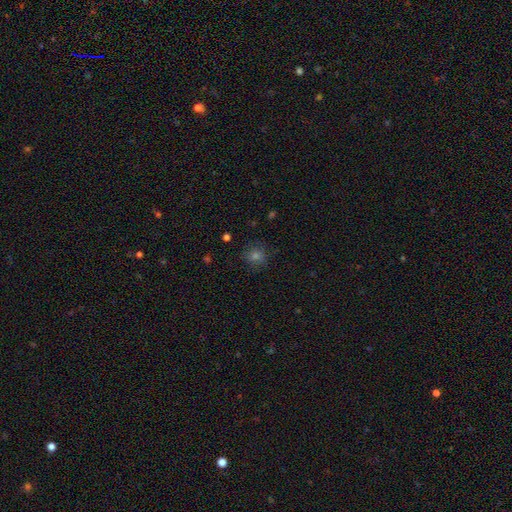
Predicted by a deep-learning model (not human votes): This is likely a smooth galaxy (65%). How rounded: clearly round (84%). Merging: clearly none (85%).